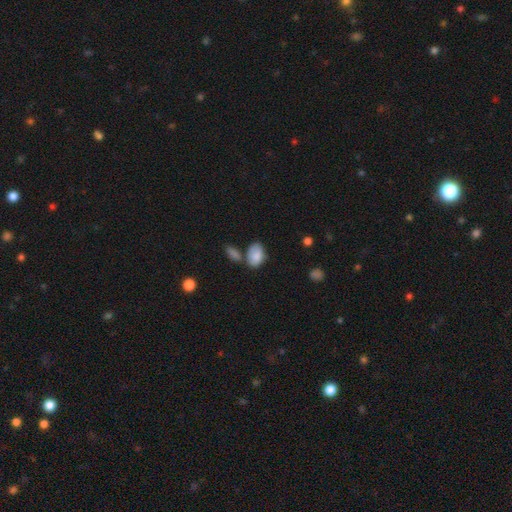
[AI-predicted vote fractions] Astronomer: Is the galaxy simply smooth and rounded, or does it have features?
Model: smooth — 84%.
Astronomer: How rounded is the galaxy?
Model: in between — 90%.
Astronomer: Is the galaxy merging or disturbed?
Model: none — 52%.